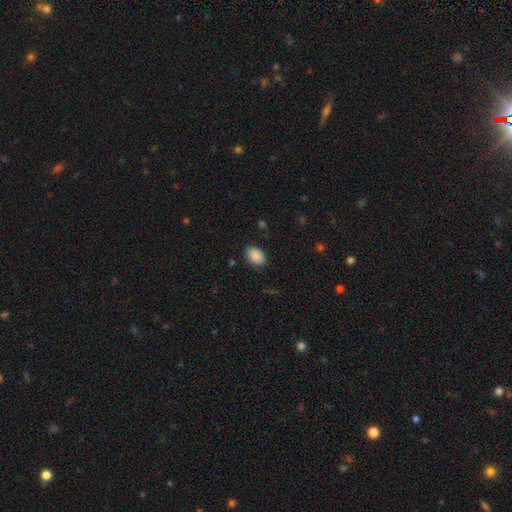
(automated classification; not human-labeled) Smooth or featured? smooth (90%)
How rounded? in between (85%)
Merging? none (85%)